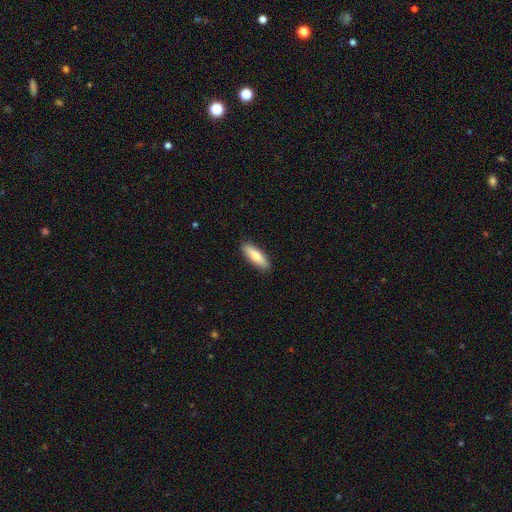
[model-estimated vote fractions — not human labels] smooth-or-featured: smooth: 75% | featured or disk: 20% | star or artifact: 6%
  how-rounded: cigar-shaped: 51% | in between: 47% | round: 2%
  merging: none: 90% | minor disturbance: 8% | major disturbance: 2% | merger: 1%